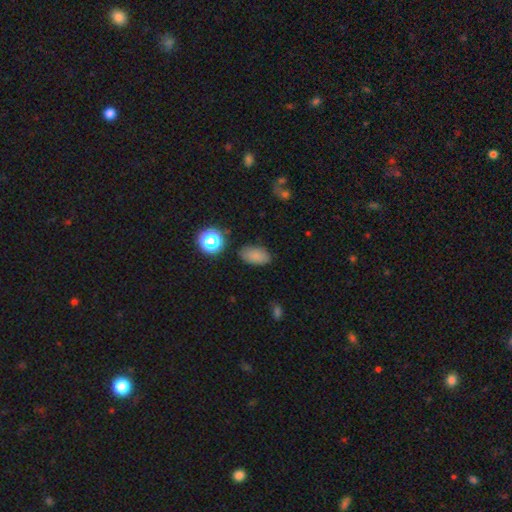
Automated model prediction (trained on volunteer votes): smooth 82%, star or artifact 12%, featured or disk 6%. Down the decision tree: how rounded — in between (90%); merging — none (82%).